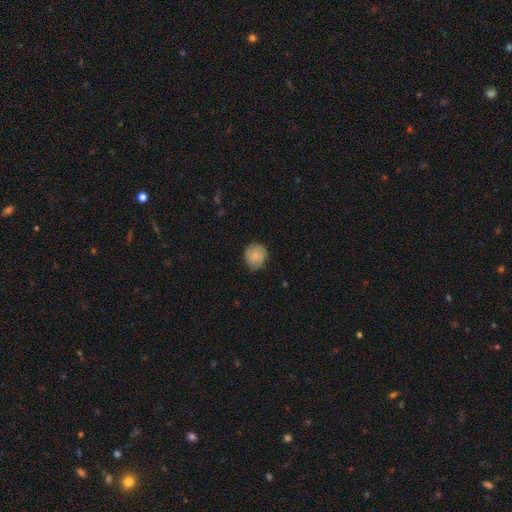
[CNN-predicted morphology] Overall: smooth (66%; featured or disk 27%). How rounded: round (77%). Merging: none (64%; minor disturbance 28%).